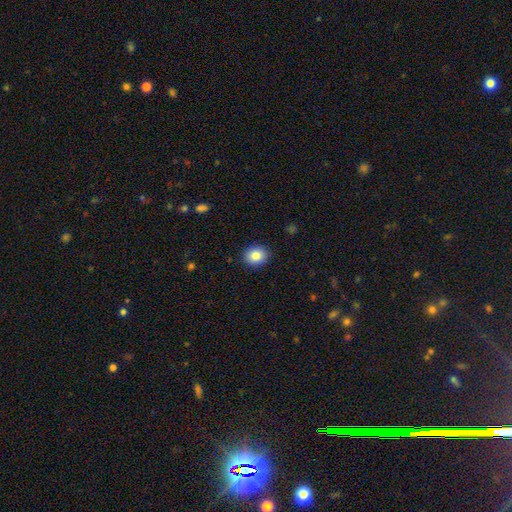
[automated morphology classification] A smooth galaxy with no disk features (85%) that is round (63%). Merging: none (90%).